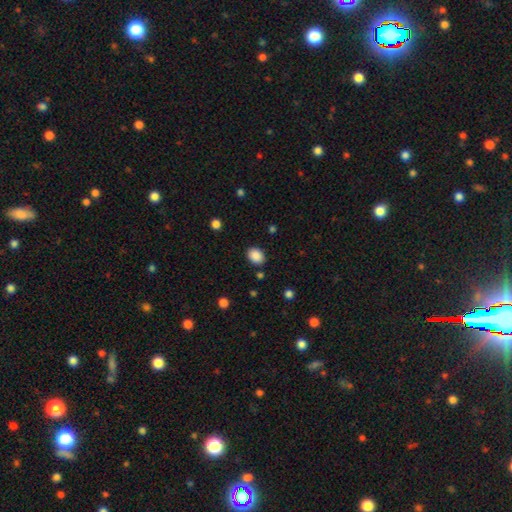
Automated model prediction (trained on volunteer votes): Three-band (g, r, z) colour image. It shows a smooth galaxy with no disk features (88%) that is in between round and cigar-shaped (61%). Merging: none (87%).